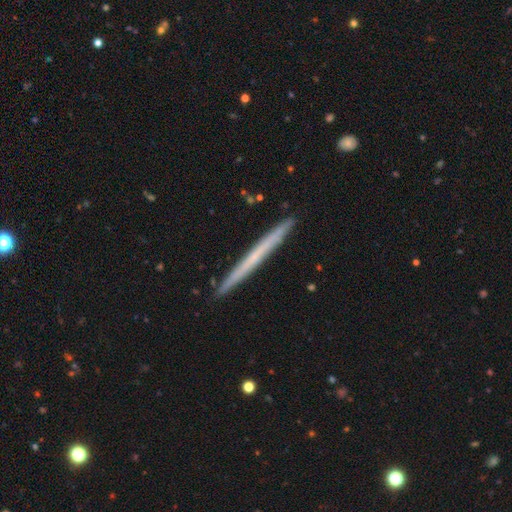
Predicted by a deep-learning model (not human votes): Smooth or featured: featured or disk — 50% (smooth — 44%)
Merging: none — 92% (minor disturbance — 6%)